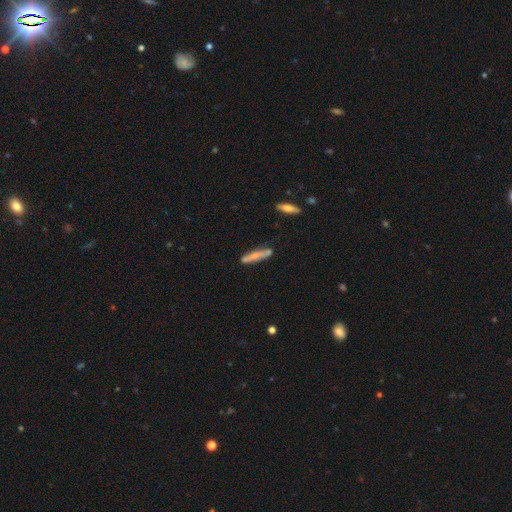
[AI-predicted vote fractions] This is possibly a smooth galaxy (59%). How rounded: clearly cigar-shaped (86%). Merging: likely none (74%).